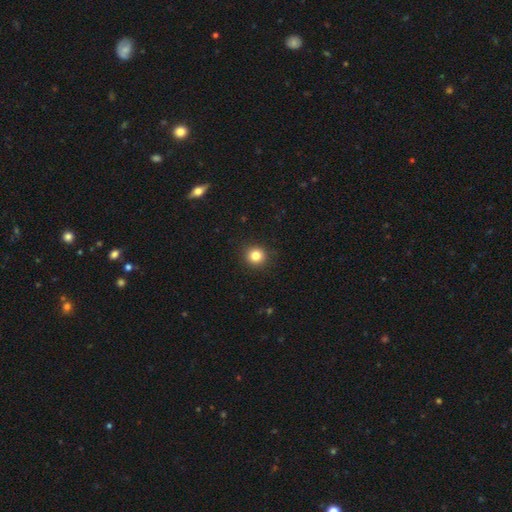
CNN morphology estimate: type=smooth (84%); roundness=round (91%); merging=none (92%).